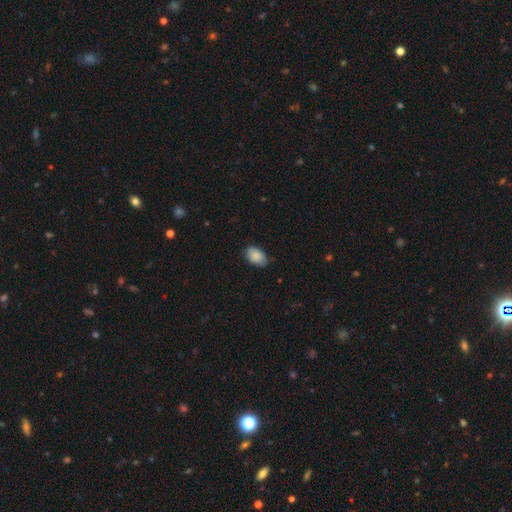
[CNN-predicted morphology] smooth 88%, star or artifact 7%, featured or disk 5%. Down the decision tree: how rounded — in between (90%); merging — none (80%).